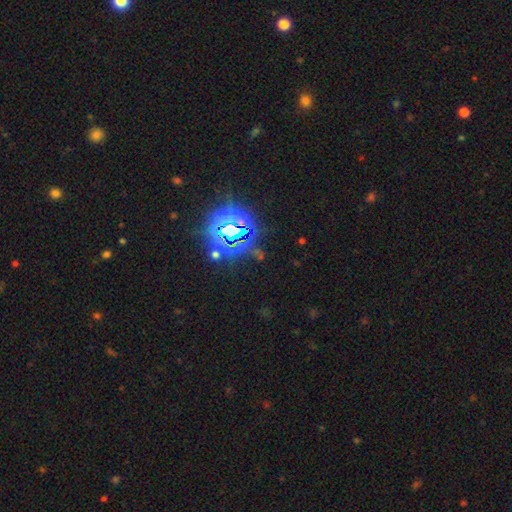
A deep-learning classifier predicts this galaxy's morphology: Overall: star or artifact (84%).